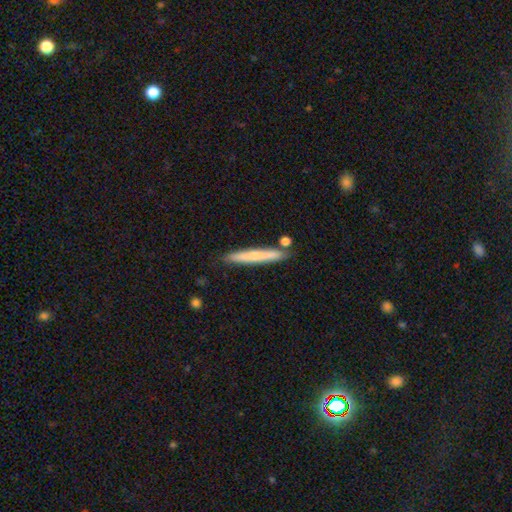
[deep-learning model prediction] A smooth galaxy with no disk features (65%) that is cigar-shaped (96%). Merging: none (84%).